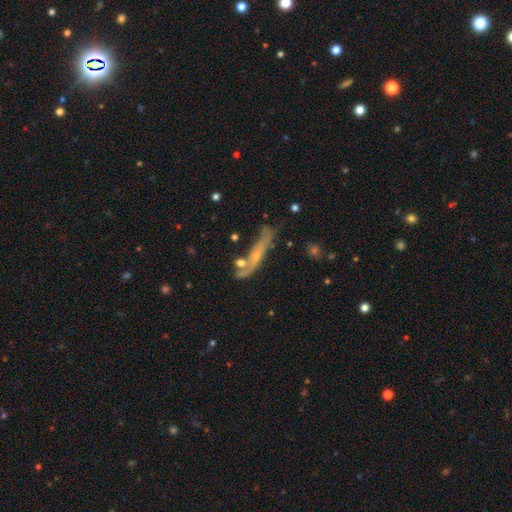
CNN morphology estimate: type=featured or disk (60%); edge-on=yes (64%); merging=none (49%).